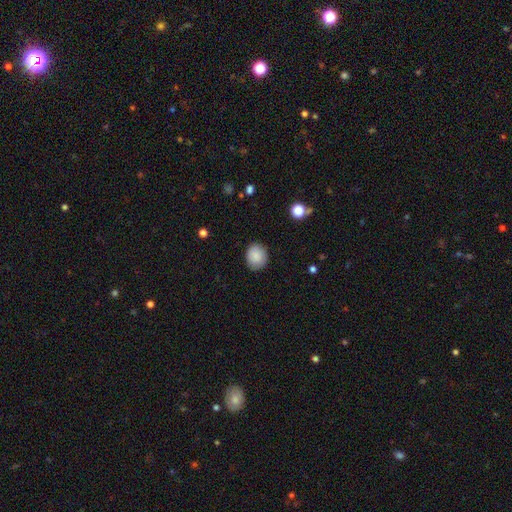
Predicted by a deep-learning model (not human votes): Smooth or featured?
  - smooth: 88% *
  - star or artifact: 7%
  - featured or disk: 5%
How rounded?
  - round: 70% *
  - in between: 30%
  - cigar-shaped: 1%
Merging?
  - none: 86% *
  - minor disturbance: 11%
  - major disturbance: 2%
  - merger: 1%